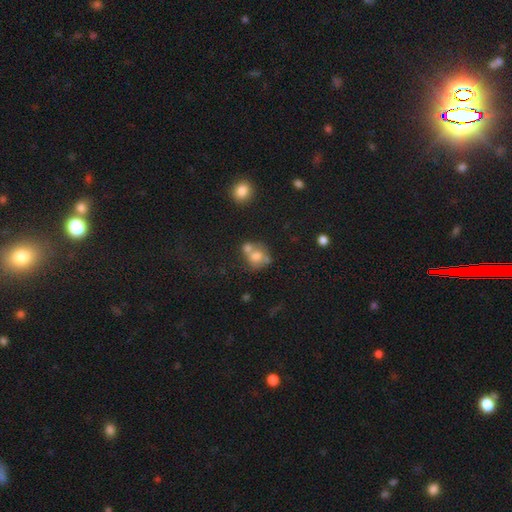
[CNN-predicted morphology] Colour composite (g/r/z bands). It shows a smooth galaxy with no disk features (67%) that is round (69%). Merging: merger (49%).